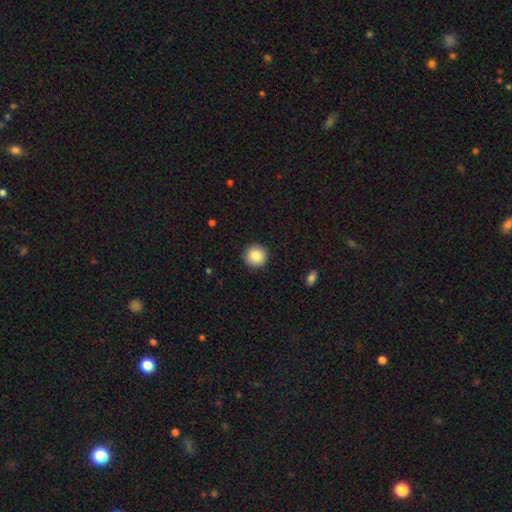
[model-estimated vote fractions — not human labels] smooth-or-featured: smooth: 86% | star or artifact: 8% | featured or disk: 6%
  how-rounded: round: 95% | in between: 4% | cigar-shaped: 1%
  merging: none: 92% | minor disturbance: 5% | major disturbance: 2% | merger: 1%